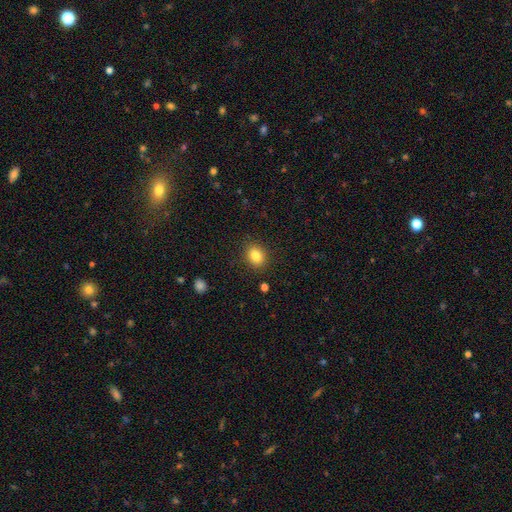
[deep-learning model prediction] smooth_or_featured: smooth (p=0.83) [alt: star or artifact p=0.10]
how_rounded: round (p=0.50) [alt: in between p=0.49]
merging: none (p=0.88) [alt: minor disturbance p=0.08]